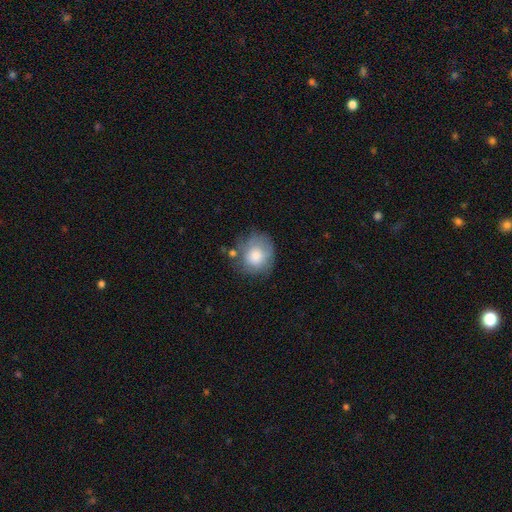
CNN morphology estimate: This is likely a smooth galaxy (74%). How rounded: likely round (79%). Merging: possibly none (57%).